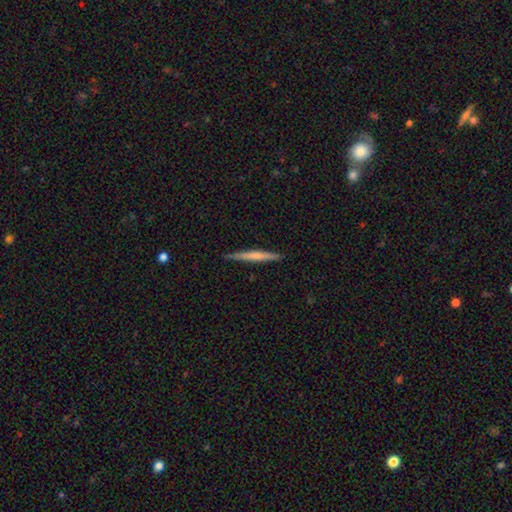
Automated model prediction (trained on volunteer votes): Overall: smooth (50%; featured or disk 44%). How rounded: cigar-shaped (96%). Merging: none (90%).